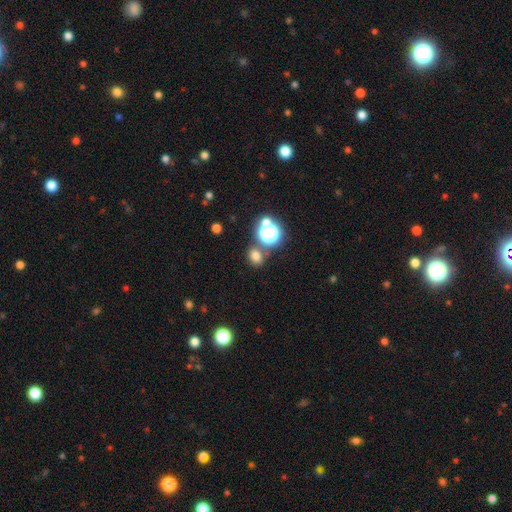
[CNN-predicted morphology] Smooth or featured?
  - smooth: 68% *
  - star or artifact: 24%
  - featured or disk: 7%
How rounded?
  - round: 61% *
  - in between: 38%
  - cigar-shaped: 1%
Merging?
  - none: 73% *
  - merger: 13%
  - minor disturbance: 10%
  - major disturbance: 4%